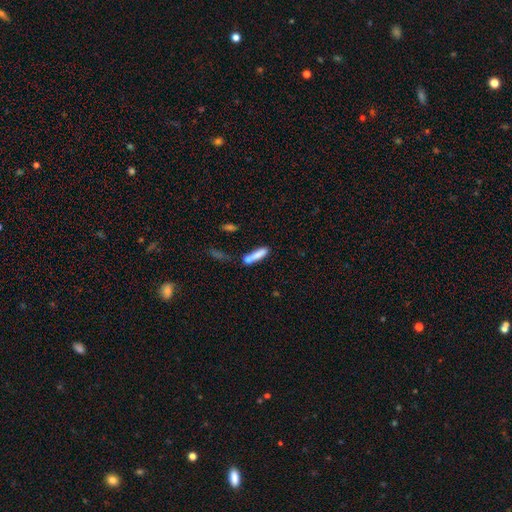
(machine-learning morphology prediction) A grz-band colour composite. It shows a smooth galaxy with no disk features (77%) that is cigar-shaped (72%). Merging: none (44%).